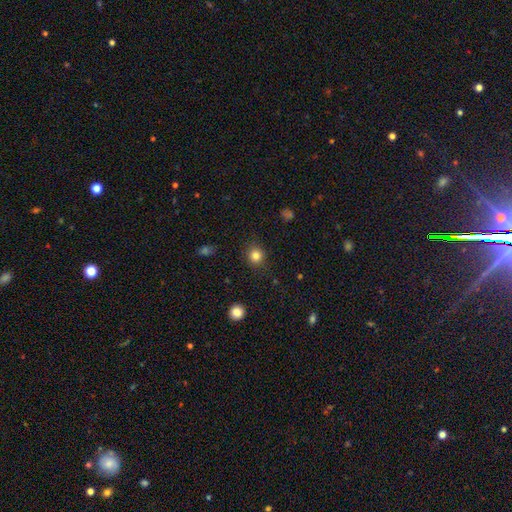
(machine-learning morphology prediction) Smooth or featured: smooth — 83% (star or artifact — 12%)
How rounded: round — 90% (in between — 9%)
Merging: none — 89% (minor disturbance — 7%)